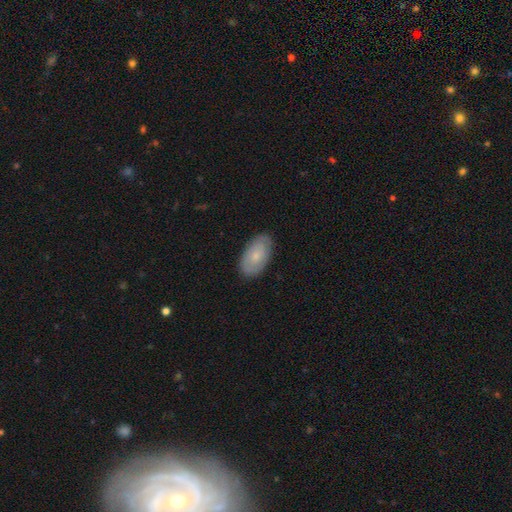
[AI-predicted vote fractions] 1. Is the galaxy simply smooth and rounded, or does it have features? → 64% smooth, 30% featured or disk, 6% star or artifact.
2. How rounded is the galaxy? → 94% in between, 4% round, 2% cigar-shaped.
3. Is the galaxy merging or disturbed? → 84% none, 13% minor disturbance, 2% major disturbance, 1% merger.